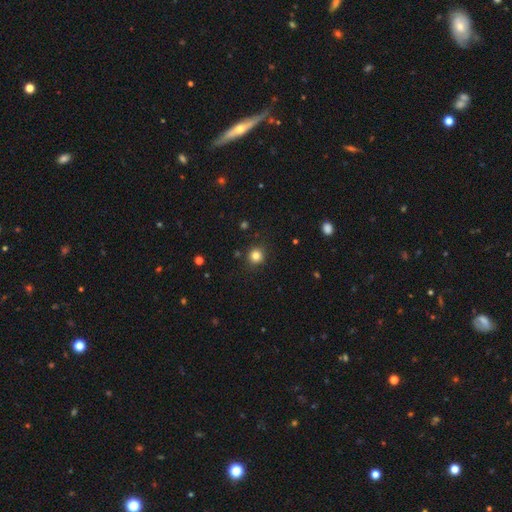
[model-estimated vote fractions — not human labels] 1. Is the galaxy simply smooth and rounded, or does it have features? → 82% smooth, 13% star or artifact, 5% featured or disk.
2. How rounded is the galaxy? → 92% round, 7% in between, 1% cigar-shaped.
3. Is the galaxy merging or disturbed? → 89% none, 7% minor disturbance, 2% major disturbance, 2% merger.